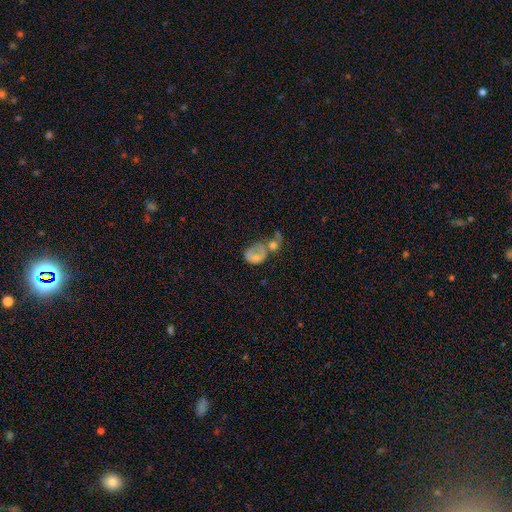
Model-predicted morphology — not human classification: This appears to be a smooth galaxy with no disk features (56%) that is in between round and cigar-shaped (59%). Merging: merger (53%).